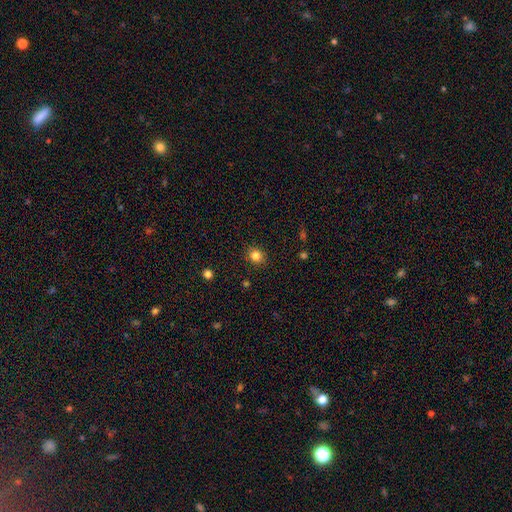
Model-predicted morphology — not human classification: Q: Smooth or featured?
A: smooth (83%); runner-up: star or artifact (12%)
Q: How rounded?
A: round (80%); runner-up: in between (19%)
Q: Merging?
A: none (90%); runner-up: minor disturbance (7%)